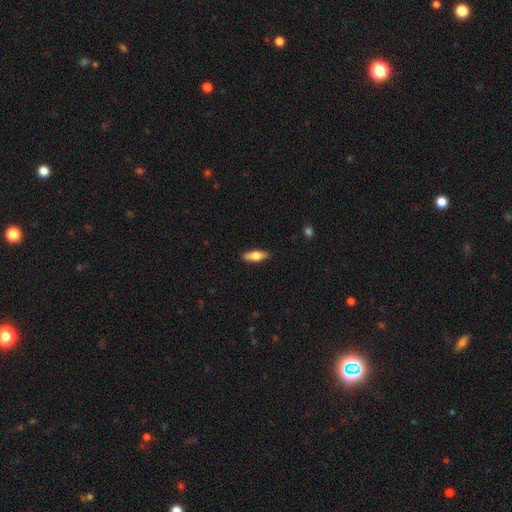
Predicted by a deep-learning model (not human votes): This is possibly a smooth galaxy (60%). How rounded: likely in between (60%). Merging: clearly none (86%).